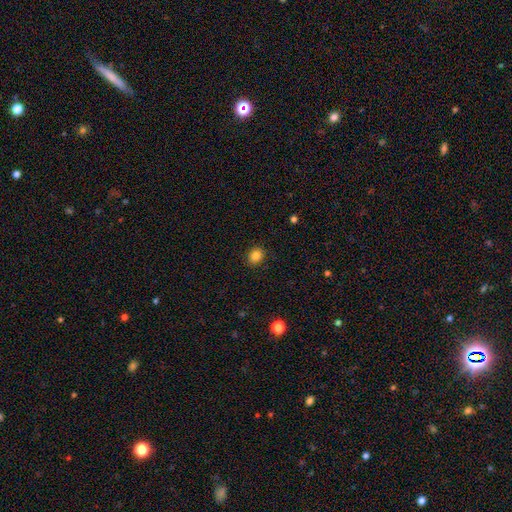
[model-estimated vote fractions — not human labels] Overall: smooth (84%). How rounded: round (70%). Merging: none (90%).